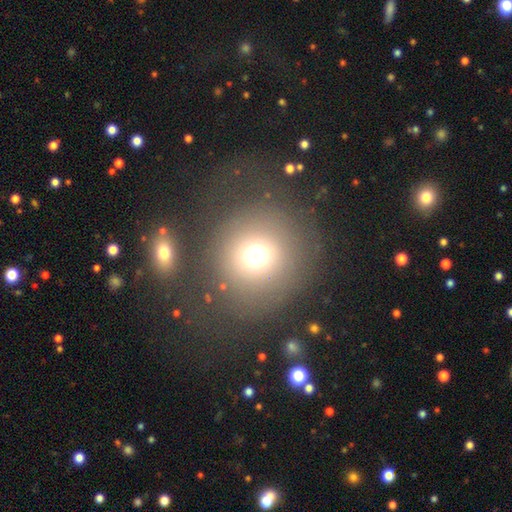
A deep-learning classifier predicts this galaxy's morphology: This is likely a smooth galaxy (69%). How rounded: clearly round (93%). Merging: likely none (74%).